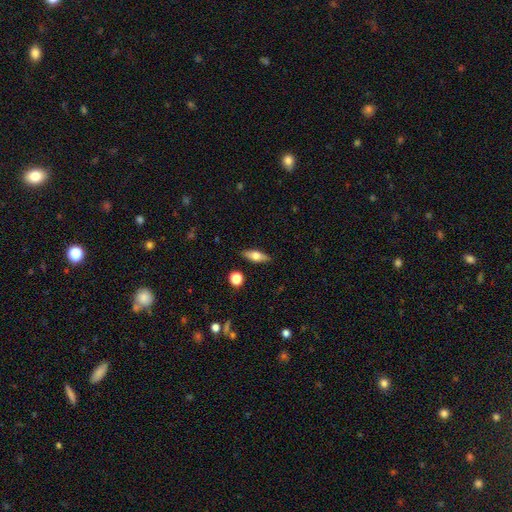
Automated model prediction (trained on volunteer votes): Smooth or featured: smooth — 58% (featured or disk — 34%)
How rounded: in between — 57% (cigar-shaped — 39%)
Merging: none — 87% (minor disturbance — 9%)